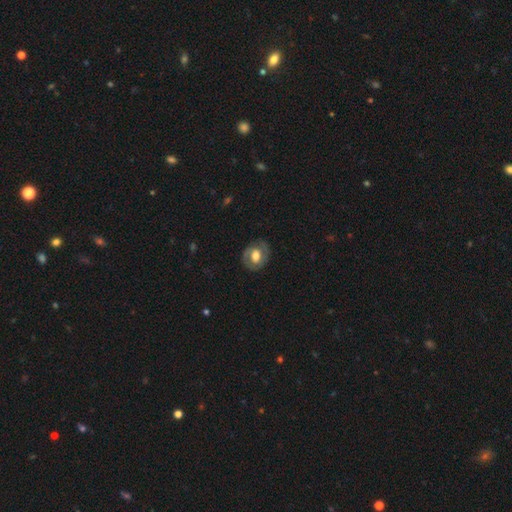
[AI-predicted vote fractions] Q: Smooth or featured?
A: featured or disk (56%); runner-up: smooth (38%)
Q: Edge-on disk?
A: no (96%); runner-up: yes (4%)
Q: Bar?
A: no (54%); runner-up: weak (34%)
Q: Spiral arms?
A: yes (56%); runner-up: no (44%)
Q: Bulge size?
A: moderate (53%); runner-up: large (36%)
Q: Merging?
A: none (77%); runner-up: minor disturbance (16%)